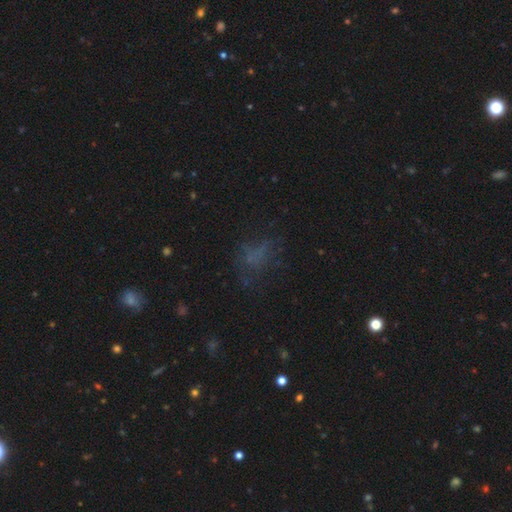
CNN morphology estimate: A smooth galaxy with no disk features (43%).

Vote fractions:
- Smooth or featured? smooth: 43% / star or artifact: 31% / featured or disk: 26%
- Merging? none: 48% / major disturbance: 28% / minor disturbance: 20% / merger: 3%